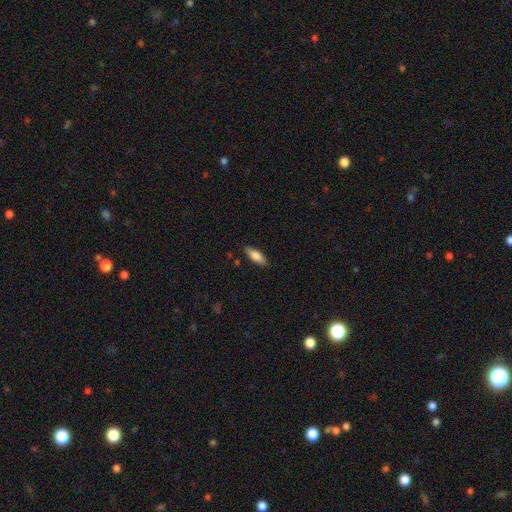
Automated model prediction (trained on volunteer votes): Smooth or featured? Predicted: smooth (p=0.77). How rounded? Predicted: in between (p=0.66). Merging? Predicted: none (p=0.86).